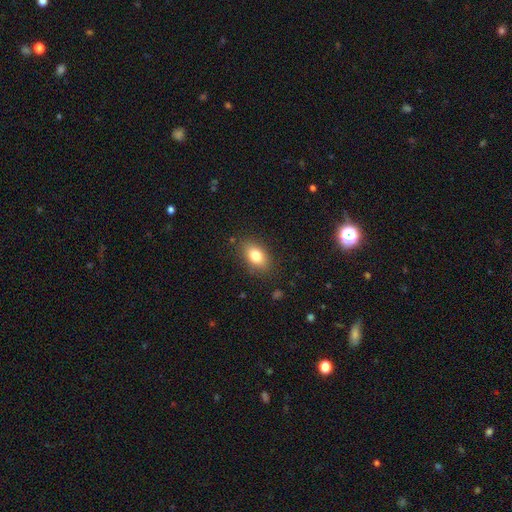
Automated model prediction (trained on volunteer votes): Smooth or featured? smooth (80%)
How rounded? in between (87%)
Merging? none (84%)